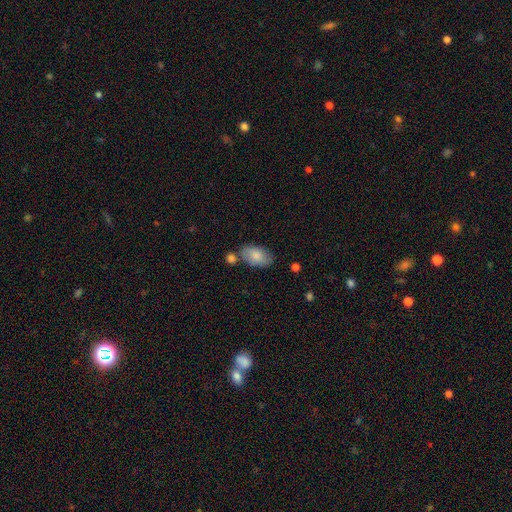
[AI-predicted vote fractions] smooth 82%, featured or disk 12%, star or artifact 6%. Down the decision tree: how rounded — in between (93%); merging — none (65%).